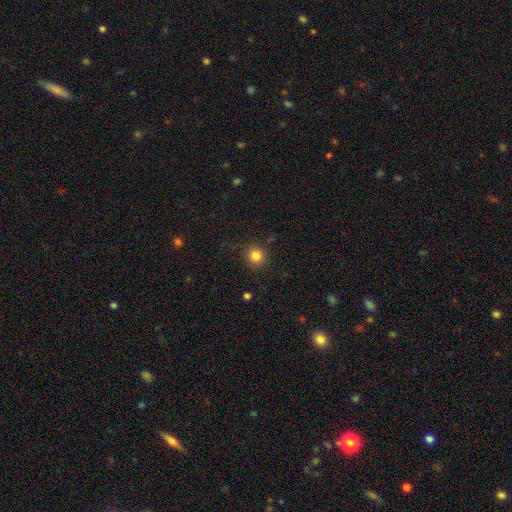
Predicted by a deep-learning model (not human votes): Smooth or featured? Predicted: smooth (p=0.83). How rounded? Predicted: round (p=0.93). Merging? Predicted: none (p=0.89).